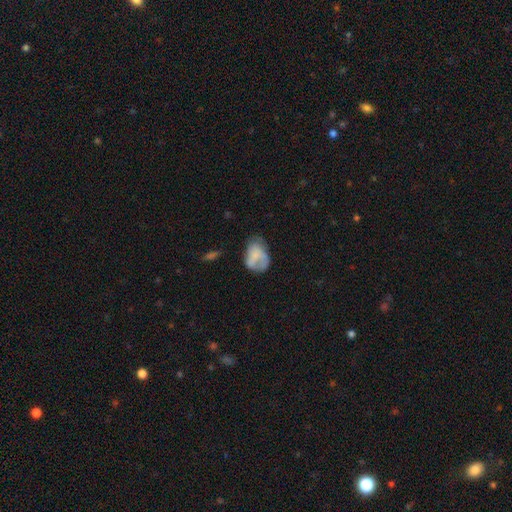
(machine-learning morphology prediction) smooth 66%, featured or disk 26%, star or artifact 9%. Down the decision tree: how rounded — in between (74%); merging — none (35%).